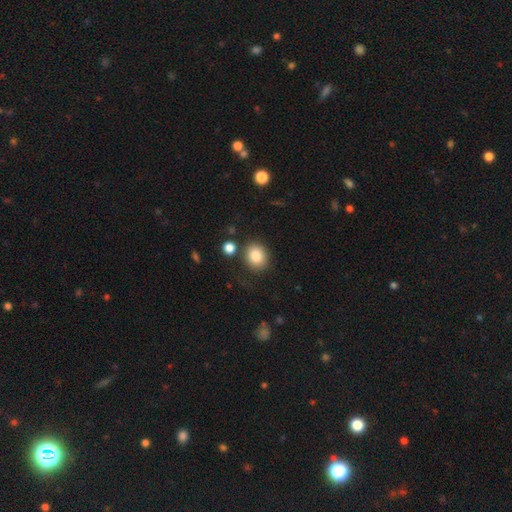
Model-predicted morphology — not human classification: The model was most divided on "how rounded": round: 67%, in between: 32%, cigar-shaped: 1%. More confident: smooth or featured — smooth (85%); merging — none (80%).